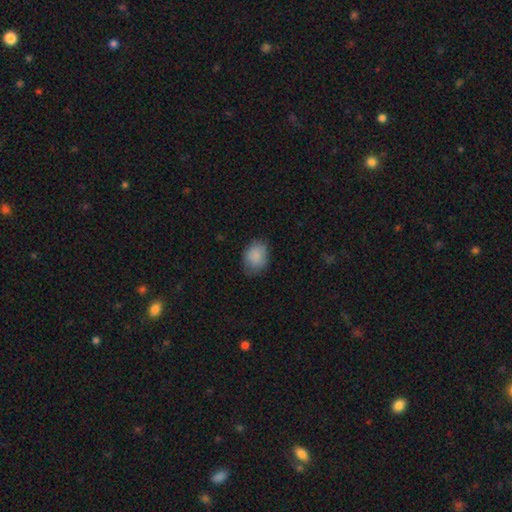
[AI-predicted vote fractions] This is clearly a smooth galaxy (87%). How rounded: likely in between (63%). Merging: likely none (73%).